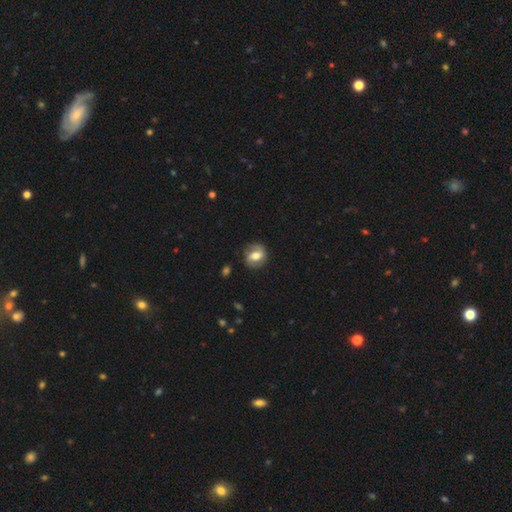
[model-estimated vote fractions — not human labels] Smooth or featured: featured or disk — 52% (smooth — 40%)
Edge-on disk: no — 96% (yes — 4%)
Merging: none — 81% (minor disturbance — 13%)